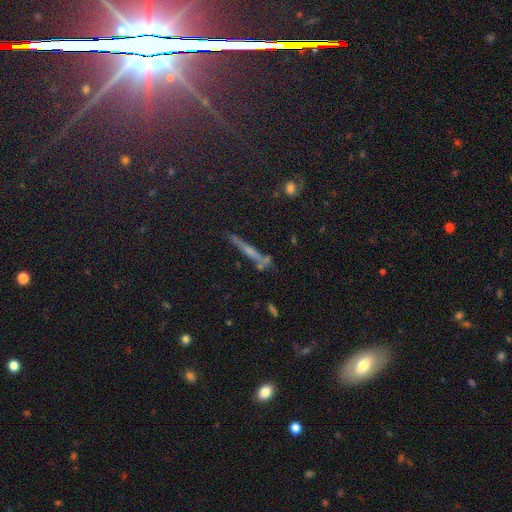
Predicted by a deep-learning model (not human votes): A featured or disk galaxy (46%).

Vote fractions:
- Smooth or featured? featured or disk: 46% / smooth: 29% / star or artifact: 25%
- Merging? none: 75% / minor disturbance: 12% / merger: 7% / major disturbance: 5%